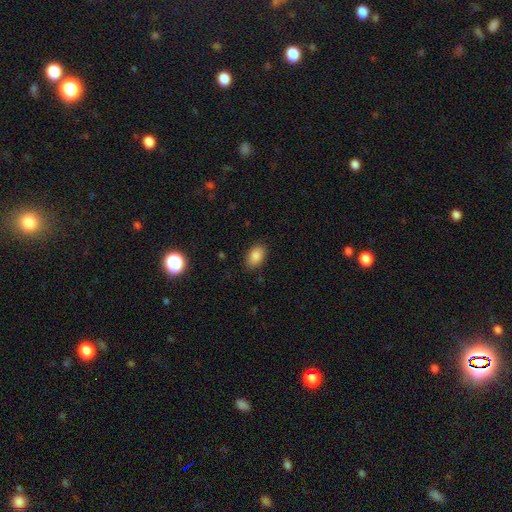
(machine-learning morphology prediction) Smooth or featured?
  - smooth: 86% *
  - star or artifact: 9%
  - featured or disk: 6%
How rounded?
  - in between: 90% *
  - round: 9%
  - cigar-shaped: 1%
Merging?
  - none: 86% *
  - minor disturbance: 10%
  - major disturbance: 3%
  - merger: 1%